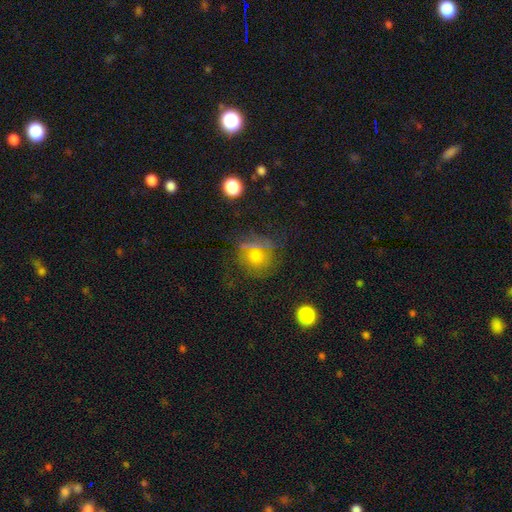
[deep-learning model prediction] smooth 61%, star or artifact 22%, featured or disk 17%. Down the decision tree: how rounded — round (89%); merging — none (72%).